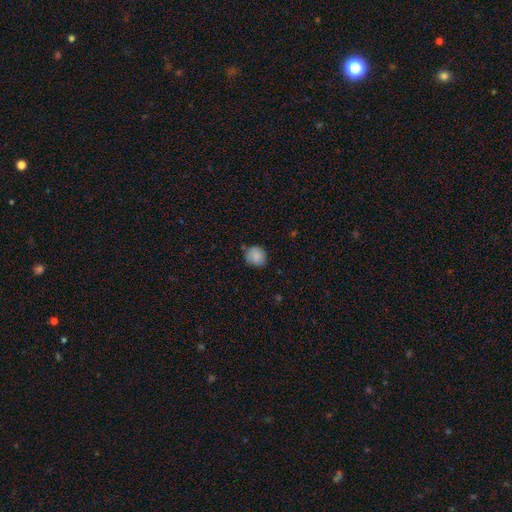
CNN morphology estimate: A smooth galaxy with no disk features (86%) that is round (79%). Merging: none (75%).